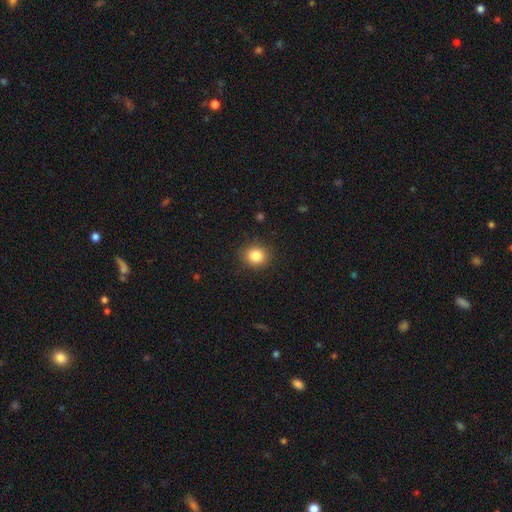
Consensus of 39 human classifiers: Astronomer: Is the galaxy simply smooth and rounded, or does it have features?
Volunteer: smooth — 87%.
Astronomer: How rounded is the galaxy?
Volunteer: round — 76%.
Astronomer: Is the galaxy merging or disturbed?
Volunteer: none — 86%.